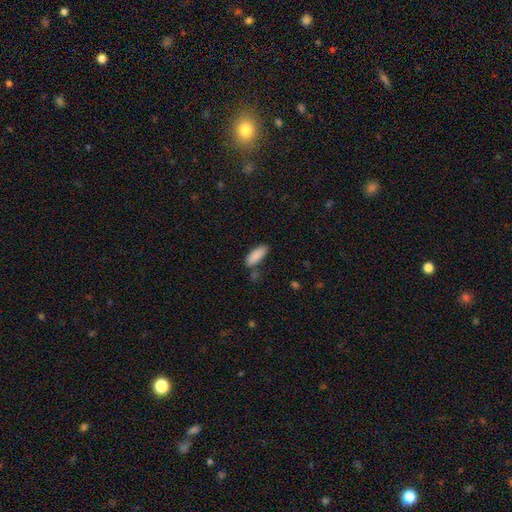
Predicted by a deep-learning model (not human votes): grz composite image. It shows a smooth galaxy with no disk features (87%) that is in between round and cigar-shaped (70%). Merging: none (72%).